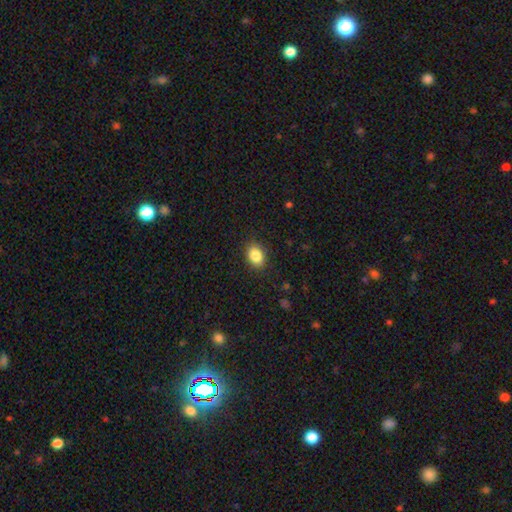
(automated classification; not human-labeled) Smooth or featured?
  - smooth: 86% *
  - star or artifact: 9%
  - featured or disk: 6%
How rounded?
  - in between: 75% *
  - round: 24%
  - cigar-shaped: 1%
Merging?
  - none: 88% *
  - minor disturbance: 9%
  - major disturbance: 2%
  - merger: 1%